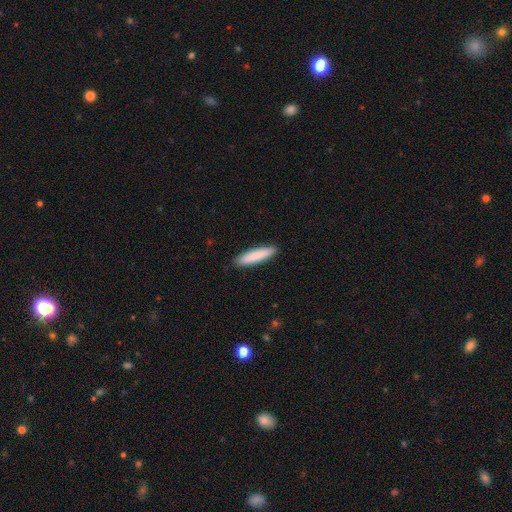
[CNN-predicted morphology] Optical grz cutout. It shows a smooth galaxy with no disk features (86%) that is cigar-shaped (83%). Merging: none (91%).